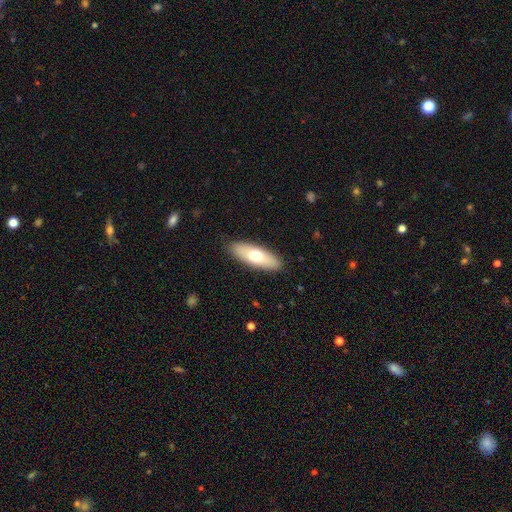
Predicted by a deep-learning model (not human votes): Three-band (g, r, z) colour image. It shows a smooth galaxy with no disk features (64%) that is in between round and cigar-shaped (64%). Merging: none (88%).